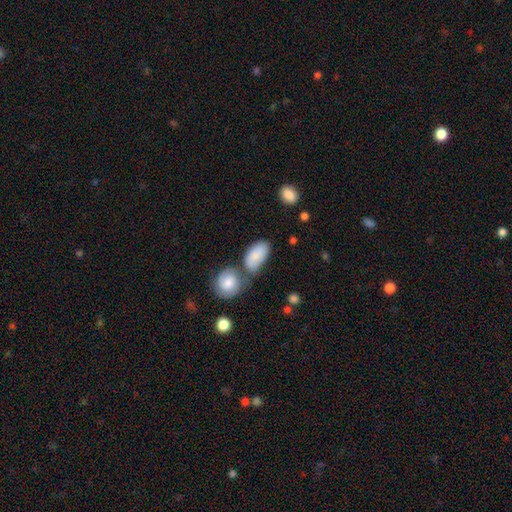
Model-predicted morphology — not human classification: Smooth or featured? Predicted: smooth (p=0.83). How rounded? Predicted: in between (p=0.92). Merging? Predicted: none (p=0.50).